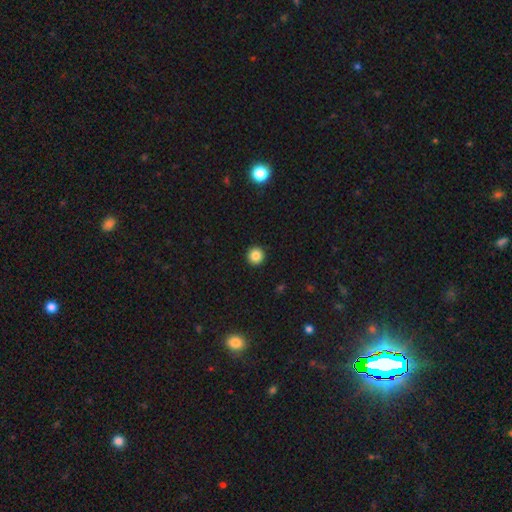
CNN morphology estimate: This appears to be a smooth galaxy with no disk features (85%) that is round (96%). Merging: none (93%).